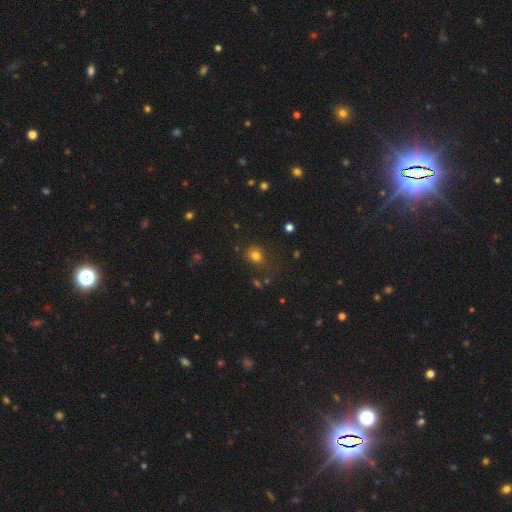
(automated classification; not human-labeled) Smooth or featured: smooth — 77% (star or artifact — 17%)
How rounded: round — 71% (in between — 28%)
Merging: none — 77% (minor disturbance — 14%)